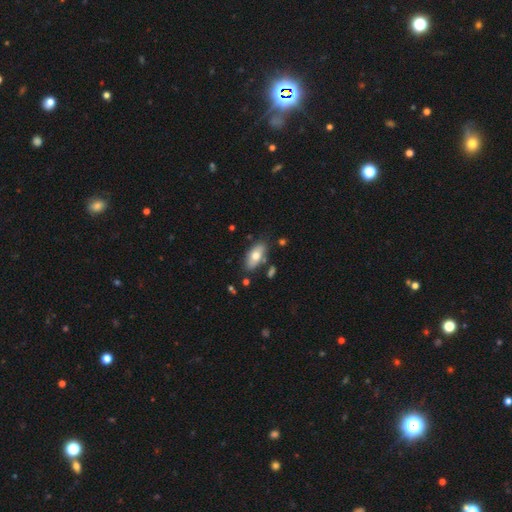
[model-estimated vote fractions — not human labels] Morphology: type=smooth (71%); roundness=in between (89%); merging=none (78%).